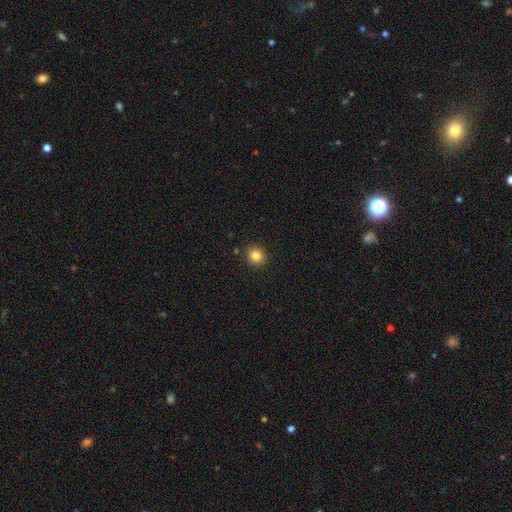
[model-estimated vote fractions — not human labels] Smooth or featured? Predicted: smooth (p=0.83). How rounded? Predicted: round (p=0.88). Merging? Predicted: none (p=0.91).